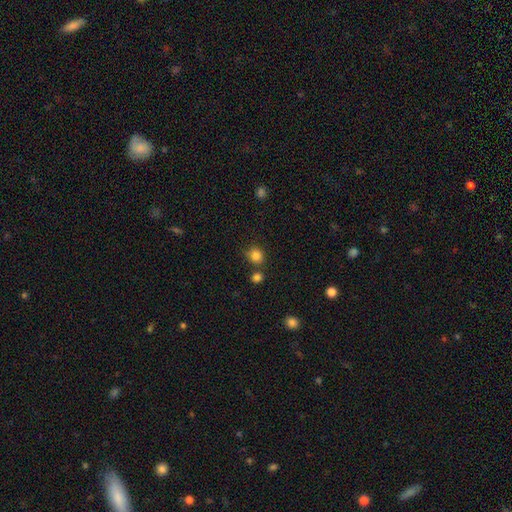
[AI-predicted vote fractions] Smooth or featured: smooth — 84% (star or artifact — 12%)
How rounded: round — 81% (in between — 18%)
Merging: none — 71% (minor disturbance — 13%)